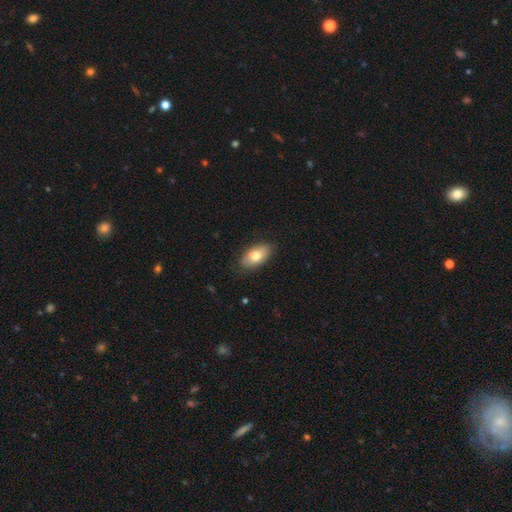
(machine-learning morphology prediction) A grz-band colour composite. It shows a smooth galaxy with no disk features (76%) that is in between round and cigar-shaped (92%). Merging: none (84%).